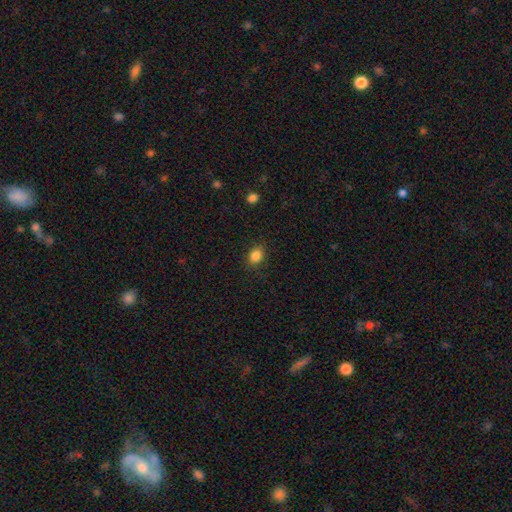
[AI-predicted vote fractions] A smooth galaxy with no disk features (85%) that is in between round and cigar-shaped (50%).

Vote fractions:
- Smooth or featured? smooth: 85% / star or artifact: 11% / featured or disk: 4%
- How rounded? in between: 50% / round: 49% / cigar-shaped: 1%
- Merging? none: 86% / minor disturbance: 10% / major disturbance: 3% / merger: 1%